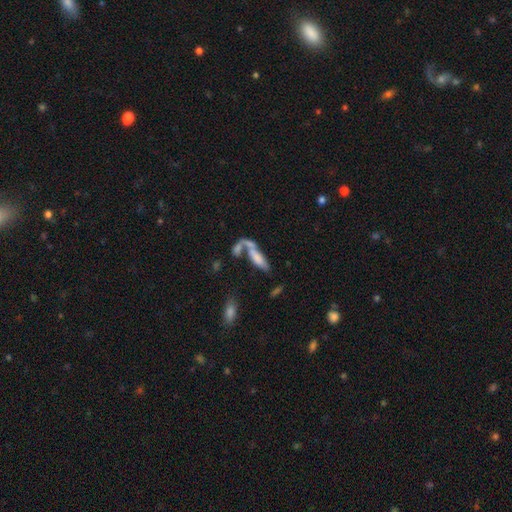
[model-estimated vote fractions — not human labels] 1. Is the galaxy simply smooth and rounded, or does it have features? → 61% smooth, 29% featured or disk, 9% star or artifact.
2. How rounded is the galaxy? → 49% cigar-shaped, 48% in between, 3% round.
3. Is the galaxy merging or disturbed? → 53% merger, 27% none, 11% major disturbance, 9% minor disturbance.